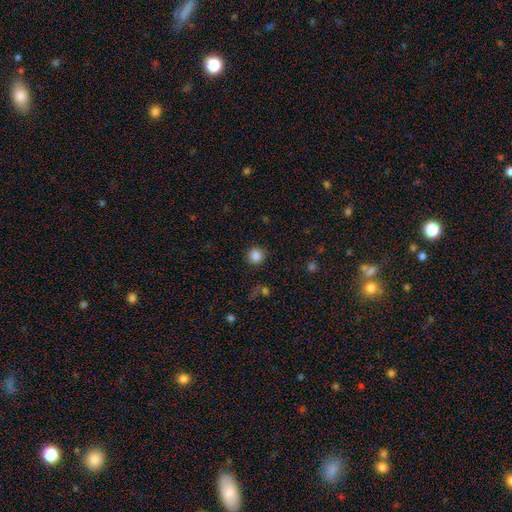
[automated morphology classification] smooth-or-featured: smooth: 85% | star or artifact: 11% | featured or disk: 4%
  how-rounded: round: 91% | in between: 8% | cigar-shaped: 1%
  merging: none: 89% | minor disturbance: 7% | major disturbance: 3% | merger: 2%